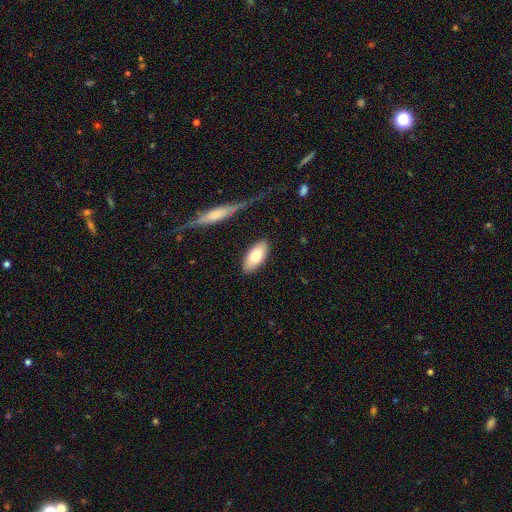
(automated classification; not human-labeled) This is likely a smooth galaxy (77%). How rounded: clearly in between (90%). Merging: clearly none (84%).